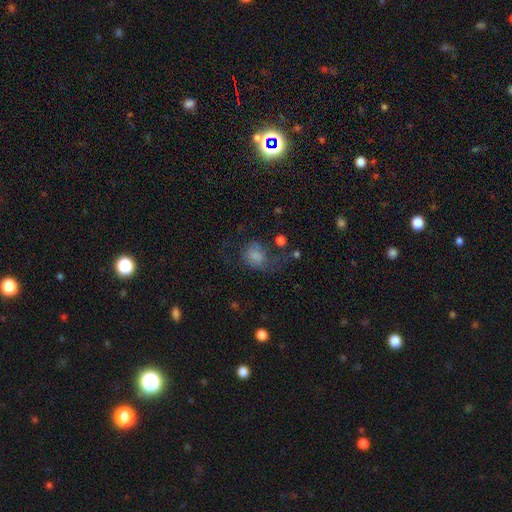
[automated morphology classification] Smooth or featured: smooth — 61% (featured or disk — 27%)
How rounded: round — 57% (in between — 42%)
Merging: major disturbance — 40% (none — 31%)